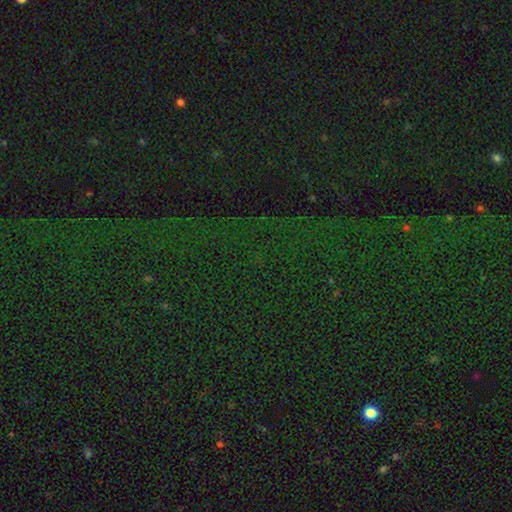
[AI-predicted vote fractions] Q: Smooth or featured?
A: star or artifact (82%); runner-up: smooth (10%)